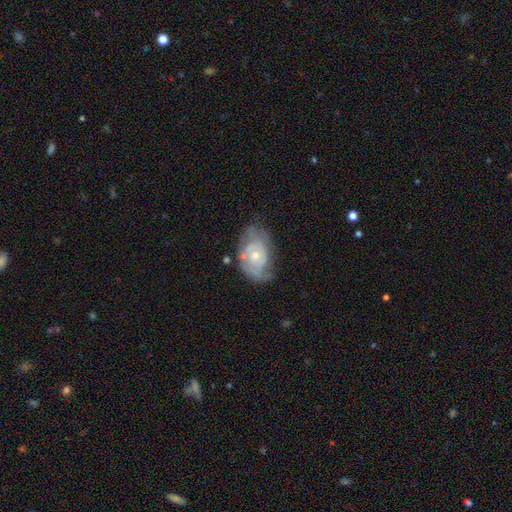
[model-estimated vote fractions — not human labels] Q: Smooth or featured?
A: featured or disk (74%); runner-up: smooth (20%)
Q: Edge-on disk?
A: no (96%); runner-up: yes (4%)
Q: Bar?
A: no (77%); runner-up: weak (20%)
Q: Spiral arms?
A: yes (79%); runner-up: no (21%)
Q: Spiral winding?
A: tight (52%); runner-up: medium (34%)
Q: Spiral arm count?
A: 2 (39%); runner-up: can't tell (37%)
Q: Bulge size?
A: small (49%); runner-up: moderate (46%)
Q: Merging?
A: none (50%); runner-up: minor disturbance (29%)